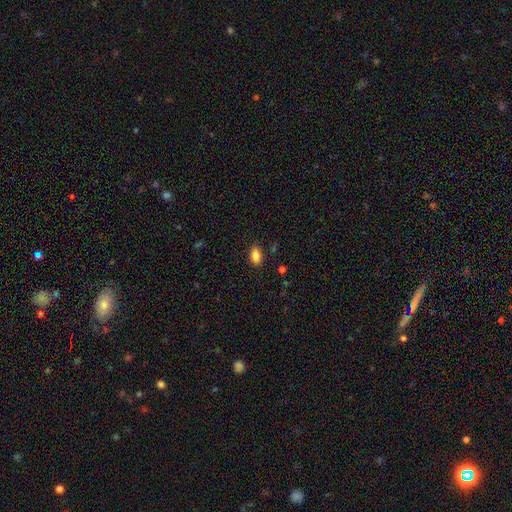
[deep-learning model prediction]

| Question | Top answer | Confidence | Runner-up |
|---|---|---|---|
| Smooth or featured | smooth | 85% | star or artifact (9%) |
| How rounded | in between | 88% | round (9%) |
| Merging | none | 84% | minor disturbance (12%) |